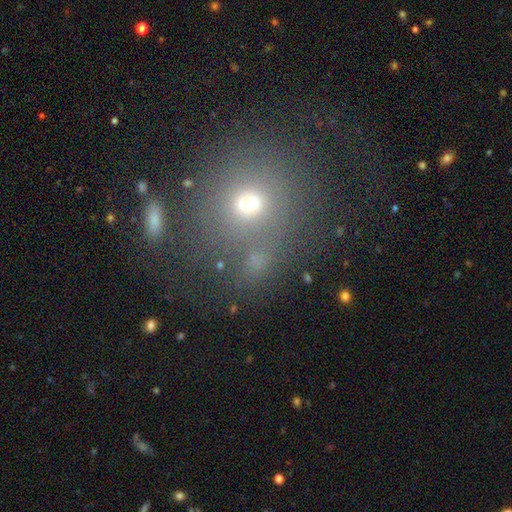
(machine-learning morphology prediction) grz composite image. It shows a smooth galaxy with no disk features (58%) that is round (78%). Merging: none (58%).